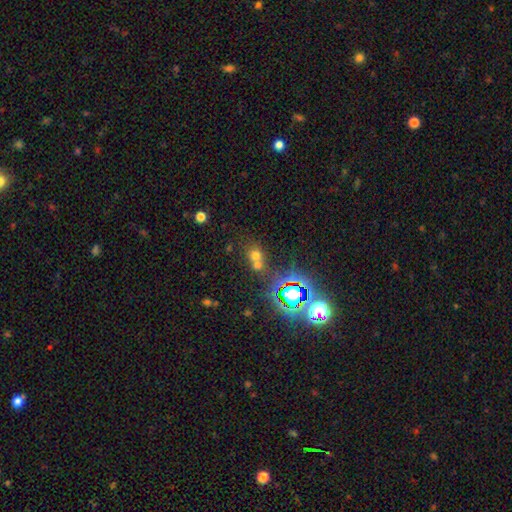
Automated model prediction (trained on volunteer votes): Smooth or featured? smooth (55%)
How rounded? round (76%)
Merging? merger (47%)